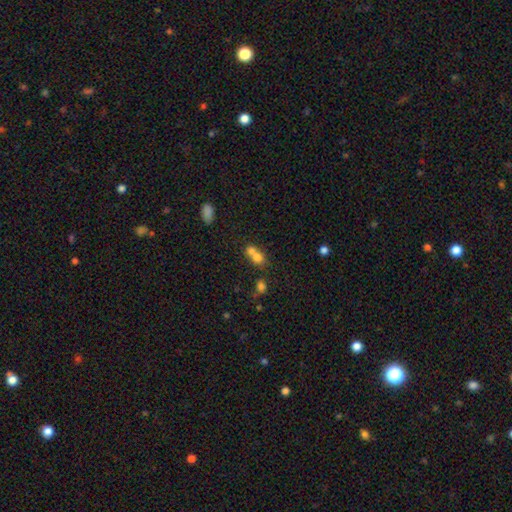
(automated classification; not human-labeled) smooth-or-featured: smooth: 71% | featured or disk: 16% | star or artifact: 13%
  how-rounded: round: 60% | in between: 38% | cigar-shaped: 2%
  merging: merger: 66% | none: 24% | minor disturbance: 6% | major disturbance: 3%